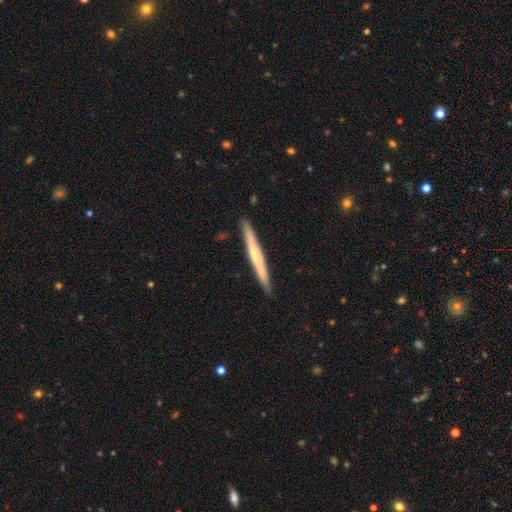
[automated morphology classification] Smooth or featured? Predicted: featured or disk (p=0.49). Merging? Predicted: none (p=0.91).